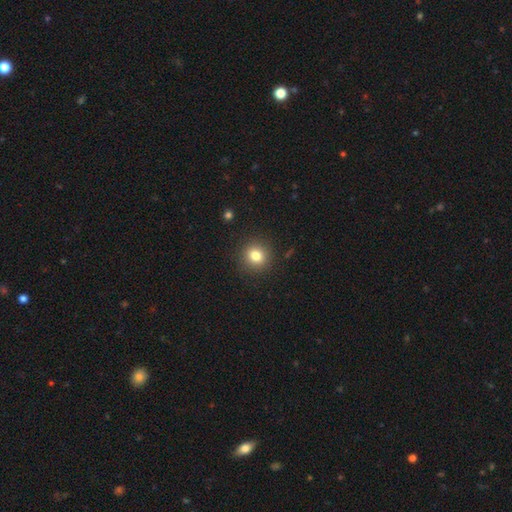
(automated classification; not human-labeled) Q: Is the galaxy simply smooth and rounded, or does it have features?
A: smooth — 80%.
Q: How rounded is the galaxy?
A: round — 88%.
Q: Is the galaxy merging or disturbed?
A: none — 90%.